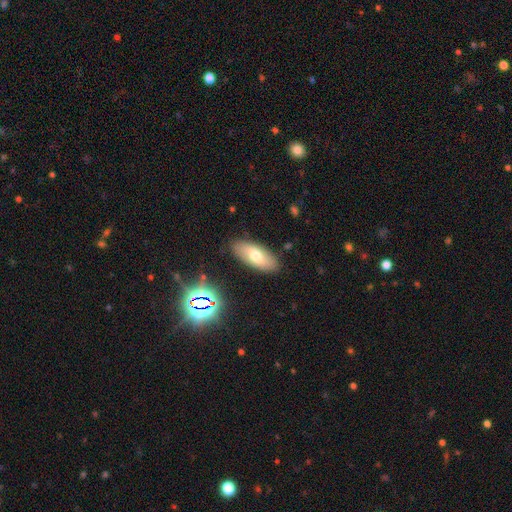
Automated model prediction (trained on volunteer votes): A smooth galaxy with no disk features (63%) that is in between round and cigar-shaped (84%). Merging: none (86%).